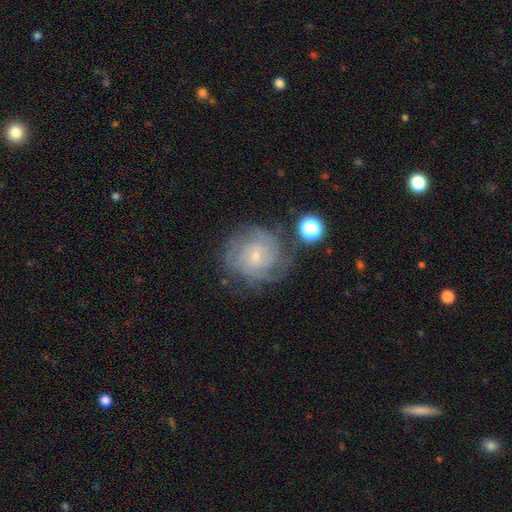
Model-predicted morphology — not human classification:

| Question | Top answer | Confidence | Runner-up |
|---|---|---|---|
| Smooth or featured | featured or disk | 77% | smooth (14%) |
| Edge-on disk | no | 97% | yes (3%) |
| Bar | no | 67% | weak (28%) |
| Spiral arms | yes | 94% | no (6%) |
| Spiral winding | tight | 71% | medium (23%) |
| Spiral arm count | can't tell | 37% | 4 (21%) |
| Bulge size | small | 81% | moderate (13%) |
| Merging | none | 73% | minor disturbance (15%) |